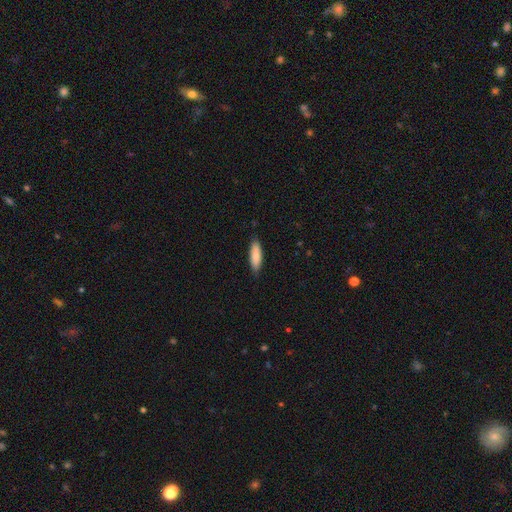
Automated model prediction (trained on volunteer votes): This appears to be a smooth galaxy with no disk features (85%) that is cigar-shaped (54%). Merging: none (85%).